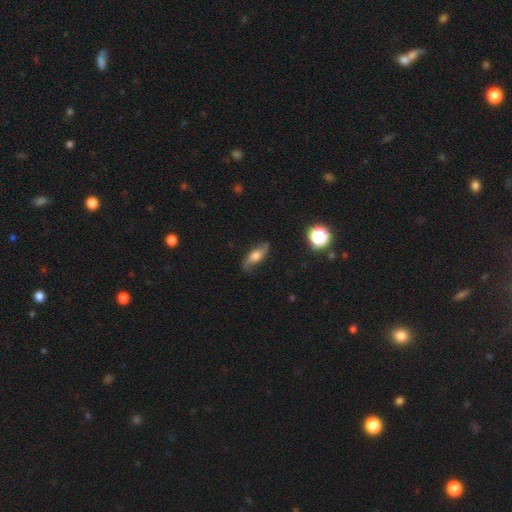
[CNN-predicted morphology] Overall: featured or disk (55%; smooth 37%). Edge-on disk: no (68%; yes 32%). Merging: none (75%).